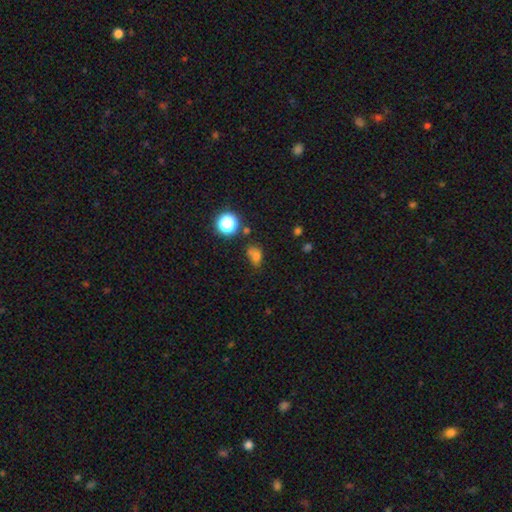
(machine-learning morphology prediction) This appears to be a smooth galaxy with no disk features (72%) that is in between round and cigar-shaped (63%). Merging: none (47%).